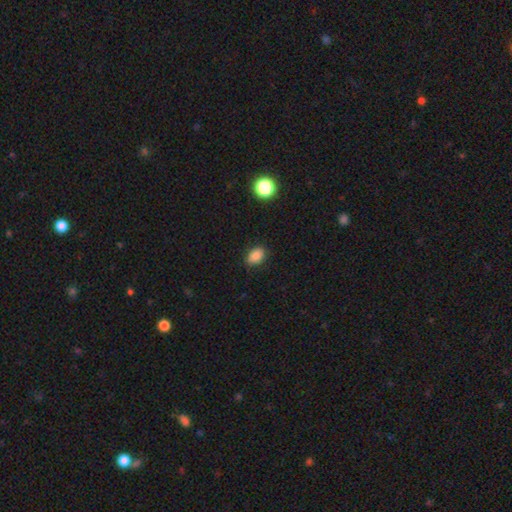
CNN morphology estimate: smooth_or_featured: smooth (p=0.85) [alt: star or artifact p=0.10]
how_rounded: in between (p=0.78) [alt: round p=0.21]
merging: none (p=0.85) [alt: minor disturbance p=0.12]